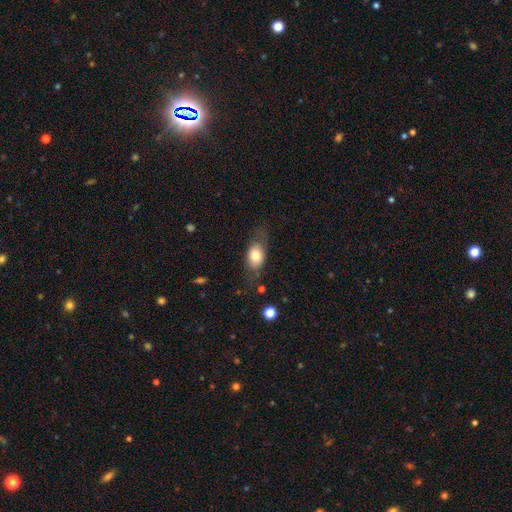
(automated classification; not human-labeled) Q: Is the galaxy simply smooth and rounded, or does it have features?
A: smooth — 70%.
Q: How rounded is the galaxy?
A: in between — 75%.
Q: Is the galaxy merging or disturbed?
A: none — 66%.